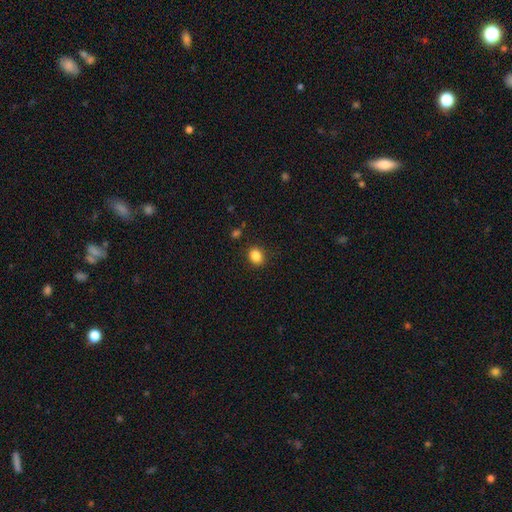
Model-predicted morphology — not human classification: Smooth or featured: smooth — 85% (star or artifact — 10%)
How rounded: round — 61% (in between — 39%)
Merging: none — 87% (minor disturbance — 9%)